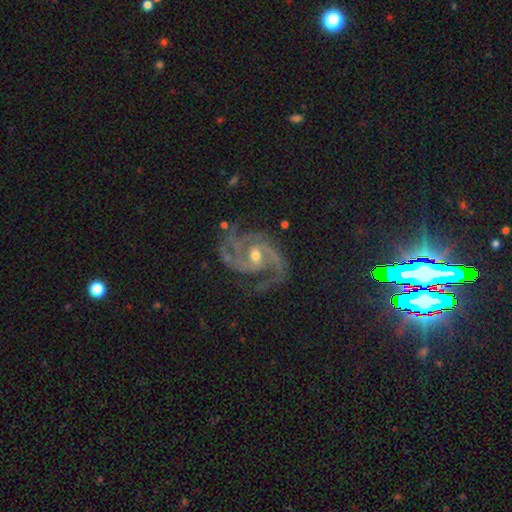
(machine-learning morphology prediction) Overall: featured or disk (91%). Edge-on disk: no (98%). Bar: no (48%; weak 39%). Spiral arms: yes (98%). Spiral arm count: 2 (43%; 3 29%). Spiral winding: medium (53%; tight 35%). Bulge size: moderate (63%; small 32%). Merging: none (68%).